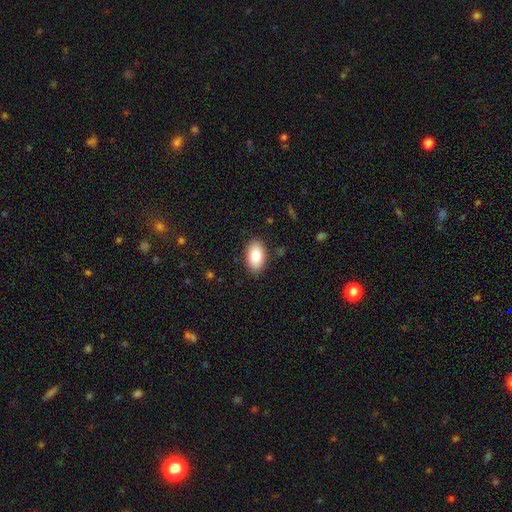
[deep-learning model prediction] The model was most divided on "smooth or featured": smooth: 83%, featured or disk: 10%, star or artifact: 7%. More confident: how rounded — in between (94%); merging — none (87%).